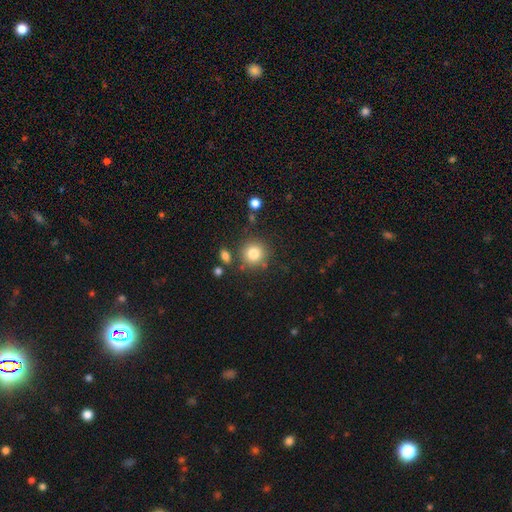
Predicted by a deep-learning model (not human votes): Smooth or featured? Predicted: smooth (p=0.76). How rounded? Predicted: round (p=0.94). Merging? Predicted: none (p=0.83).